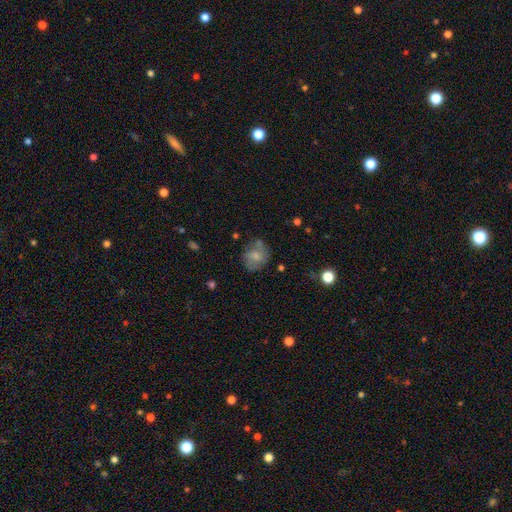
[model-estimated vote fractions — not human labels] Smooth or featured?
  - smooth: 65% *
  - featured or disk: 26%
  - star or artifact: 9%
How rounded?
  - round: 67% *
  - in between: 31%
  - cigar-shaped: 1%
Merging?
  - none: 61% *
  - minor disturbance: 23%
  - major disturbance: 10%
  - merger: 6%